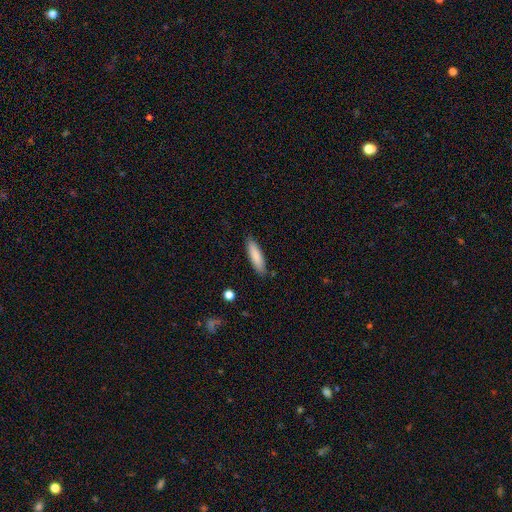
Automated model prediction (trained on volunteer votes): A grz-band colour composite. It shows a smooth galaxy with no disk features (85%) that is cigar-shaped (68%). Merging: none (87%).